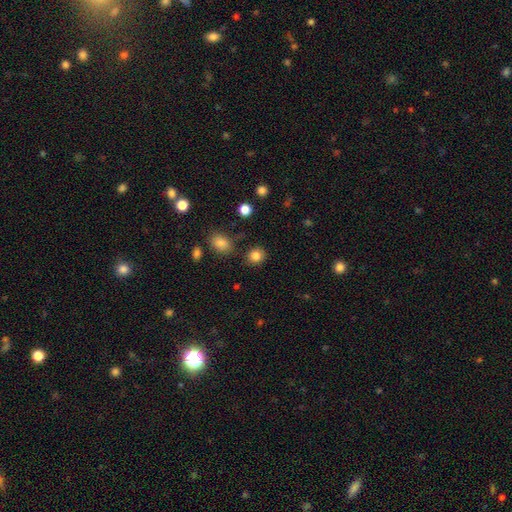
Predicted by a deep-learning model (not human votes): A smooth galaxy with no disk features (84%) that is round (80%).

Vote fractions:
- Smooth or featured? smooth: 84% / star or artifact: 11% / featured or disk: 5%
- How rounded? round: 80% / in between: 19% / cigar-shaped: 1%
- Merging? none: 85% / minor disturbance: 9% / merger: 3% / major disturbance: 3%